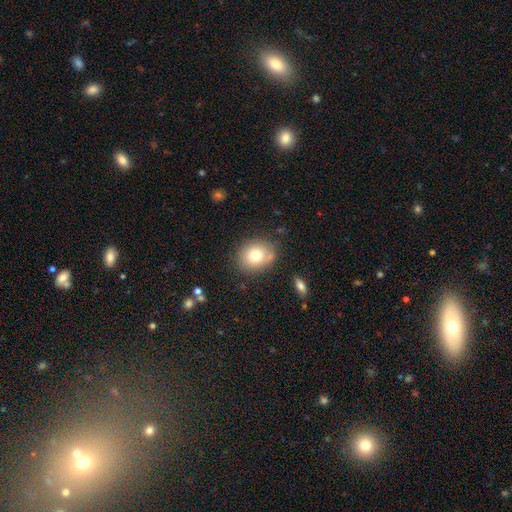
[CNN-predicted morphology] A smooth galaxy with no disk features (75%) that is round (67%).

Vote fractions:
- Smooth or featured? smooth: 75% / featured or disk: 15% / star or artifact: 11%
- How rounded? round: 67% / in between: 32% / cigar-shaped: 1%
- Merging? none: 77% / minor disturbance: 14% / merger: 4% / major disturbance: 4%